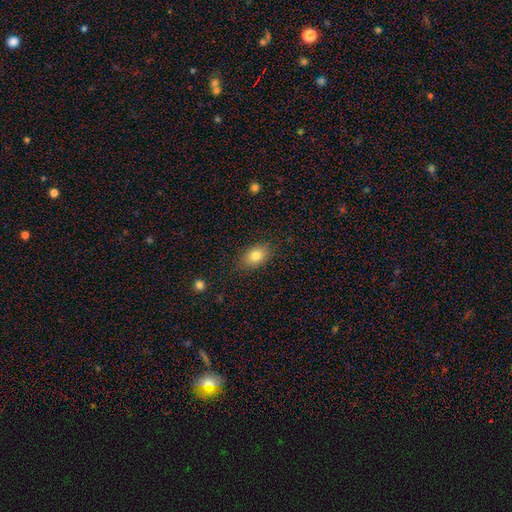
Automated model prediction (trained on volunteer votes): A smooth galaxy with no disk features (81%) that is in between round and cigar-shaped (83%).

Vote fractions:
- Smooth or featured? smooth: 81% / featured or disk: 10% / star or artifact: 9%
- How rounded? in between: 83% / round: 15% / cigar-shaped: 2%
- Merging? none: 84% / minor disturbance: 12% / major disturbance: 3% / merger: 1%